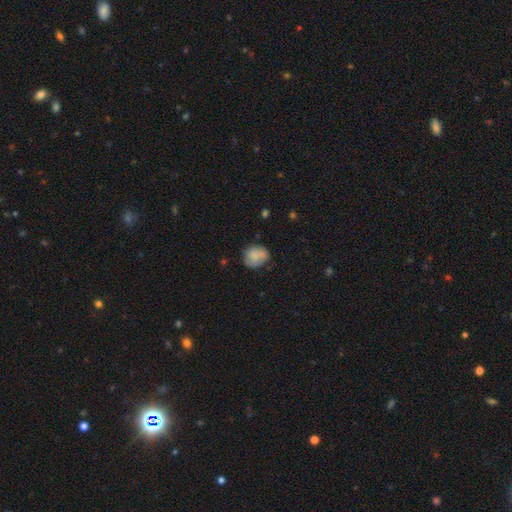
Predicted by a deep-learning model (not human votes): A smooth galaxy with no disk features (79%) that is round (64%). Merging: none (64%).